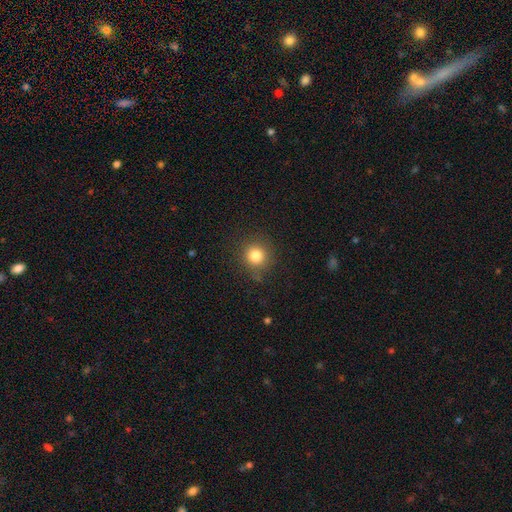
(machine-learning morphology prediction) A smooth galaxy with no disk features (81%) that is round (92%).

Vote fractions:
- Smooth or featured? smooth: 81% / star or artifact: 12% / featured or disk: 7%
- How rounded? round: 92% / in between: 7% / cigar-shaped: 1%
- Merging? none: 85% / minor disturbance: 10% / major disturbance: 4% / merger: 1%